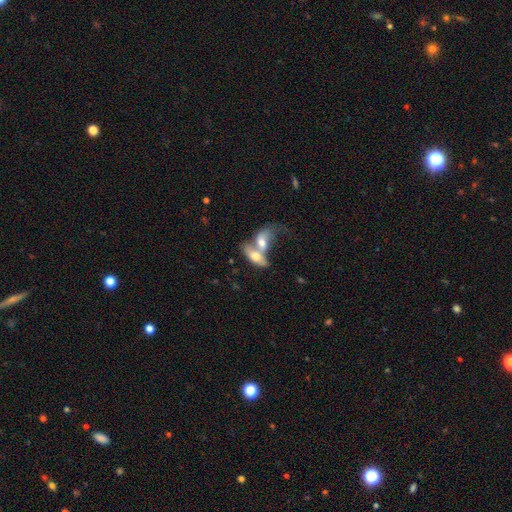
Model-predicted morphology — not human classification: Smooth or featured?
  - smooth: 59% *
  - featured or disk: 35%
  - star or artifact: 7%
How rounded?
  - in between: 77% *
  - cigar-shaped: 17%
  - round: 6%
Merging?
  - merger: 78% *
  - none: 11%
  - major disturbance: 5%
  - minor disturbance: 5%